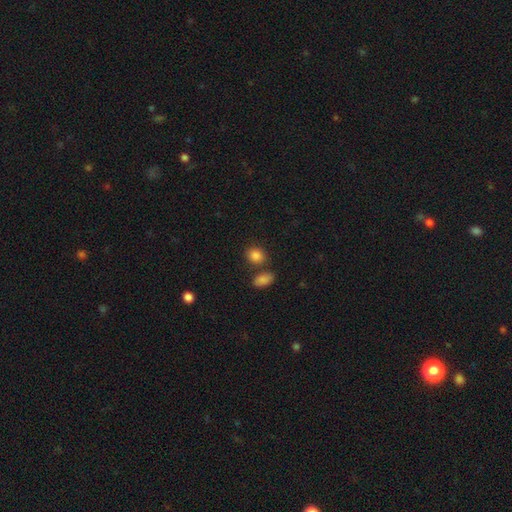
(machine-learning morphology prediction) smooth-or-featured: smooth: 86% | star or artifact: 9% | featured or disk: 5%
  how-rounded: round: 54% | in between: 45% | cigar-shaped: 1%
  merging: none: 68% | merger: 17% | minor disturbance: 11% | major disturbance: 4%